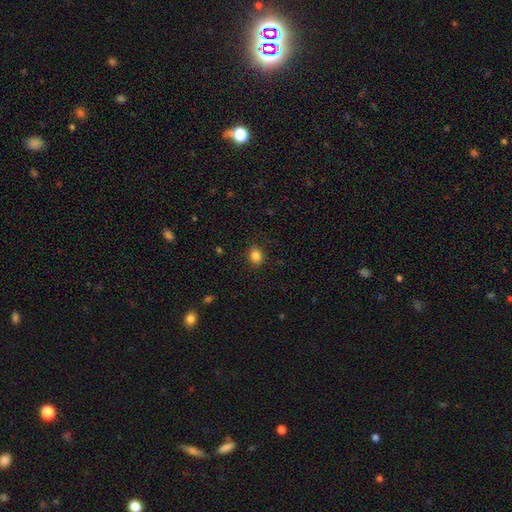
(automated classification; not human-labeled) smooth-or-featured: smooth: 84% | star or artifact: 11% | featured or disk: 5%
  how-rounded: round: 63% | in between: 36% | cigar-shaped: 1%
  merging: none: 88% | minor disturbance: 9% | major disturbance: 2% | merger: 1%